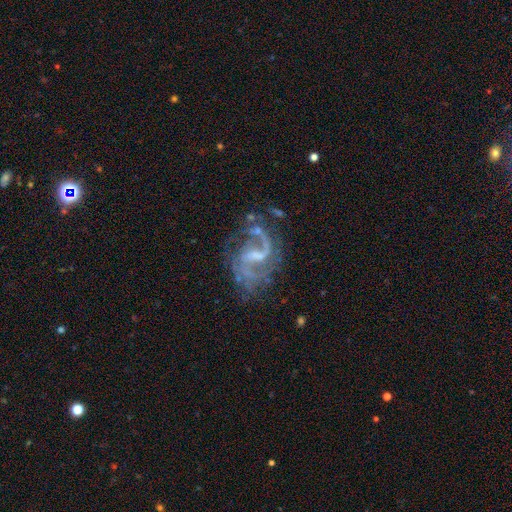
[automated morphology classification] The model was most divided on "spiral winding": medium: 46%, loose: 42%, tight: 12%. Remaining: edge-on disk — no (98%); spiral arms — yes (95%); smooth or featured — featured or disk (87%); spiral arm count — 2 (81%); bar — weak (57%); merging — none (55%); bulge size — small (43%).